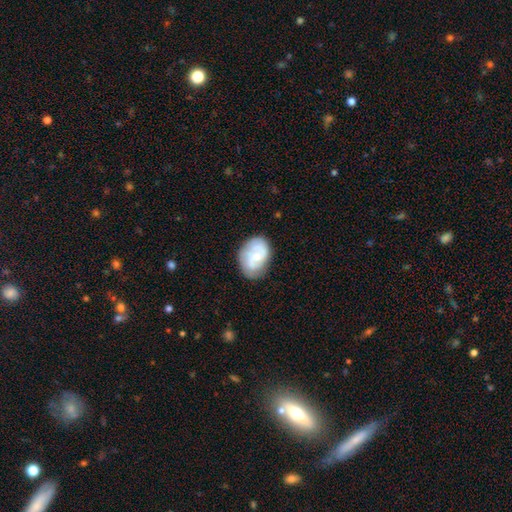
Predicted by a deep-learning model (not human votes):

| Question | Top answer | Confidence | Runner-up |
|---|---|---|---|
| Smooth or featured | featured or disk | 52% | smooth (42%) |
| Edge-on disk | no | 97% | yes (3%) |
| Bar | no | 58% | weak (36%) |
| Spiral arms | yes | 77% | no (23%) |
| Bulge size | small | 45% | moderate (42%) |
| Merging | none | 67% | minor disturbance (23%) |